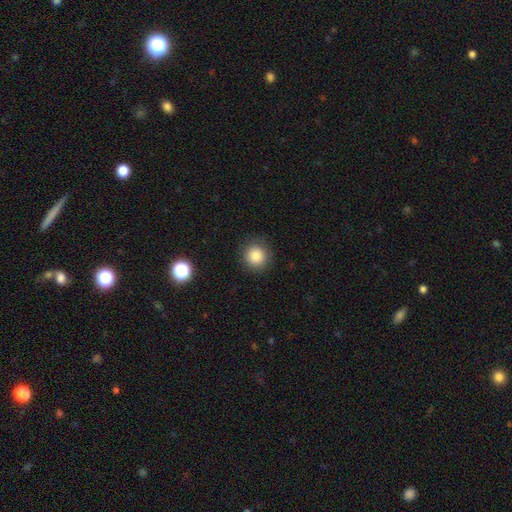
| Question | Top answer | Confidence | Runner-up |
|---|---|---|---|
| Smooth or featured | smooth | 85% | star or artifact (10%) |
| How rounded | round | 100% | — |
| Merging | none | 83% | major disturbance (9%) |